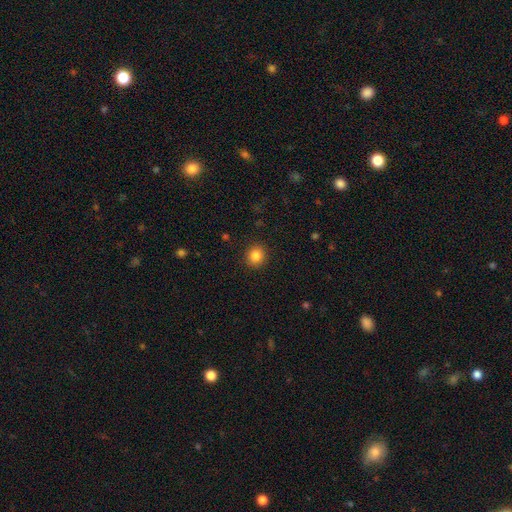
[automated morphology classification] type=smooth (85%); roundness=round (86%); merging=none (91%).